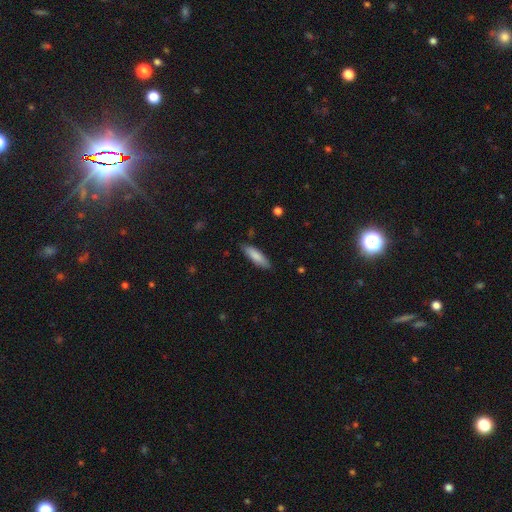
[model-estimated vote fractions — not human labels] The model was most divided on "how rounded": cigar-shaped: 61%, in between: 38%, round: 1%. More confident: merging — none (85%); smooth or featured — smooth (83%).